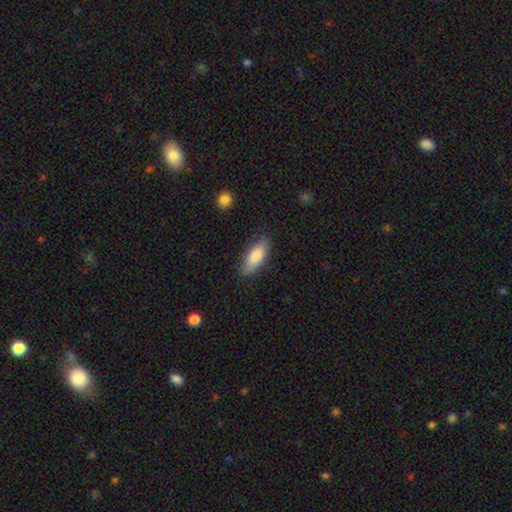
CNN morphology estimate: A smooth galaxy with no disk features (82%) that is in between round and cigar-shaped (74%).

Vote fractions:
- Smooth or featured? smooth: 82% / featured or disk: 12% / star or artifact: 6%
- How rounded? in between: 74% / cigar-shaped: 24% / round: 2%
- Merging? none: 82% / minor disturbance: 14% / major disturbance: 3% / merger: 1%